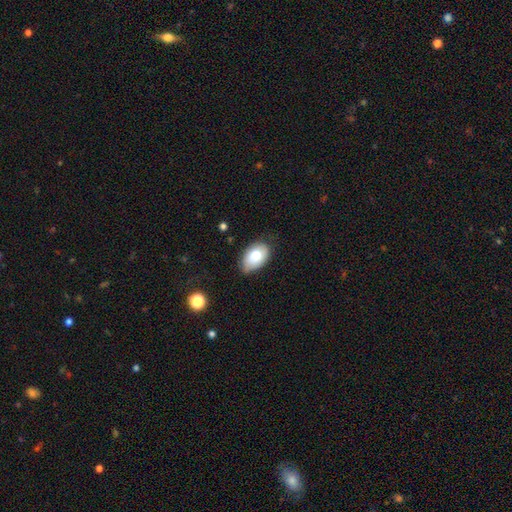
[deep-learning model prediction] The model was most divided on "merging": none: 65%, minor disturbance: 29%, major disturbance: 4%, merger: 1%. More confident: how rounded — in between (91%); smooth or featured — smooth (78%).